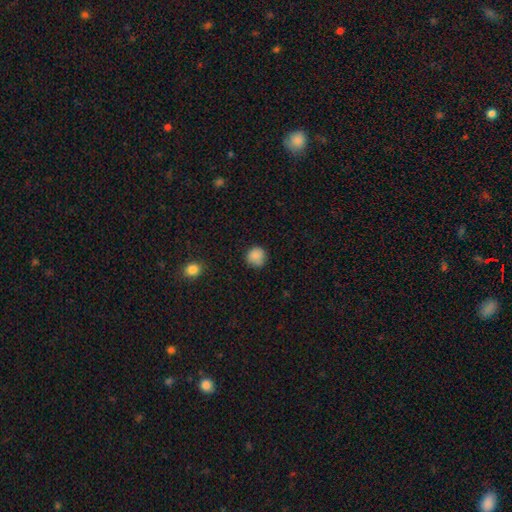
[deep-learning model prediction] Smooth or featured: smooth — 86% (star or artifact — 10%)
How rounded: round — 90% (in between — 9%)
Merging: none — 76% (minor disturbance — 18%)